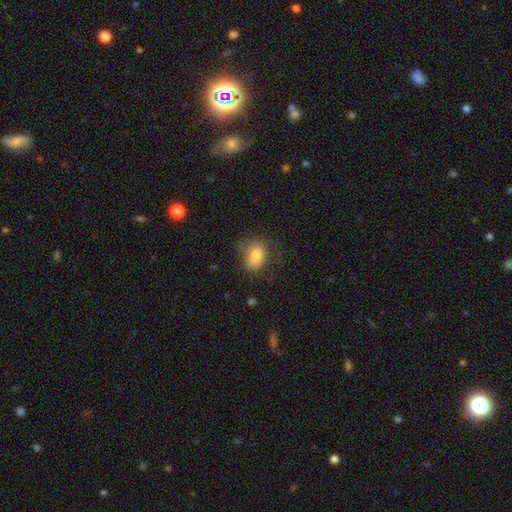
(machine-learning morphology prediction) Q: Smooth or featured?
A: smooth (80%); runner-up: featured or disk (11%)
Q: How rounded?
A: in between (60%); runner-up: round (39%)
Q: Merging?
A: none (59%); runner-up: minor disturbance (25%)